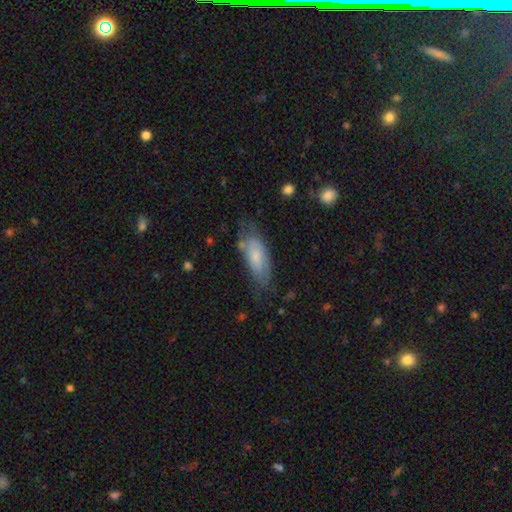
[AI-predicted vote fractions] smooth 64%, featured or disk 30%, star or artifact 6%. Down the decision tree: how rounded — in between (77%); merging — none (60%).